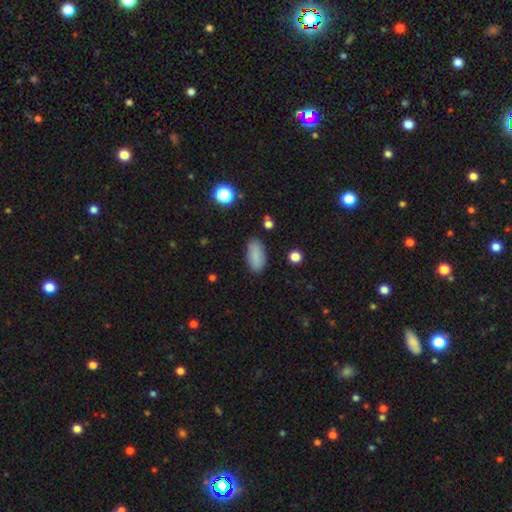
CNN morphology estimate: Smooth or featured: smooth — 85% (star or artifact — 9%)
How rounded: in between — 89% (cigar-shaped — 8%)
Merging: none — 82% (minor disturbance — 13%)